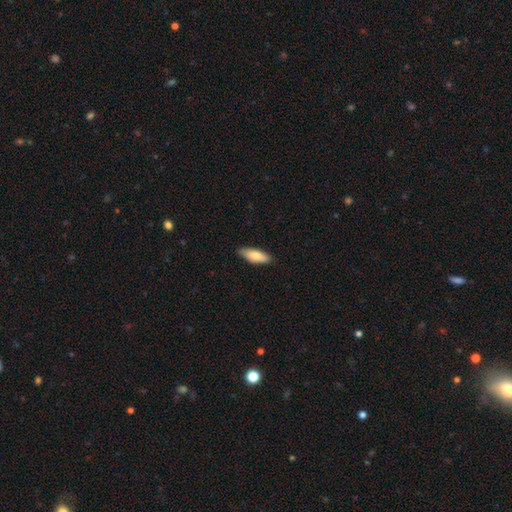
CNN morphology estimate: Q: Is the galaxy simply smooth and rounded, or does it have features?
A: smooth — 80%.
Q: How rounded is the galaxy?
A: in between — 68%.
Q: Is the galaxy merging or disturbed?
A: none — 86%.